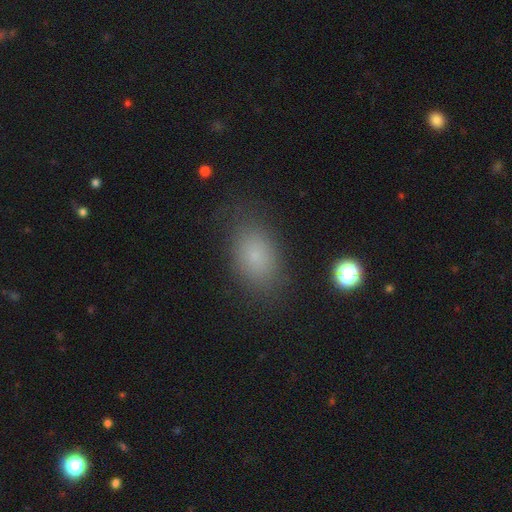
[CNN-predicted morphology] smooth-or-featured: smooth: 78% | star or artifact: 13% | featured or disk: 9%
  how-rounded: in between: 85% | round: 14% | cigar-shaped: 2%
  merging: none: 78% | minor disturbance: 14% | major disturbance: 6% | merger: 1%